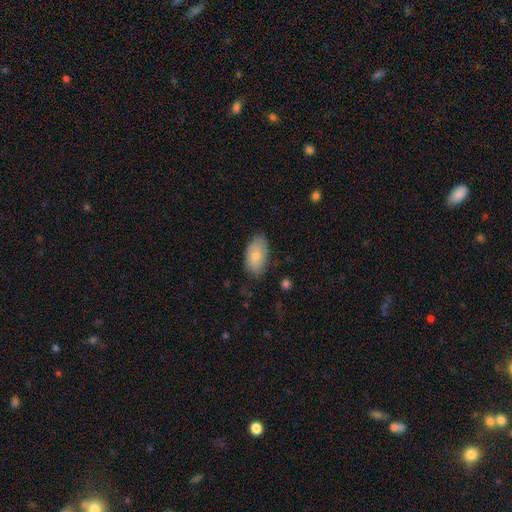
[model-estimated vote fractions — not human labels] Morphology: type=smooth (79%); roundness=in between (94%); merging=none (76%).